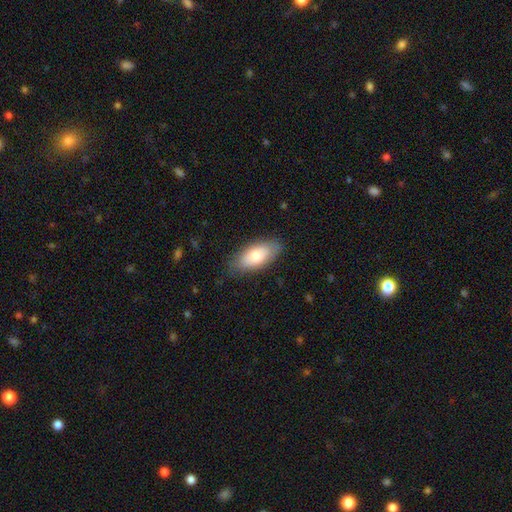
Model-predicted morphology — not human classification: A smooth galaxy with no disk features (73%) that is in between round and cigar-shaped (89%). Merging: none (80%).